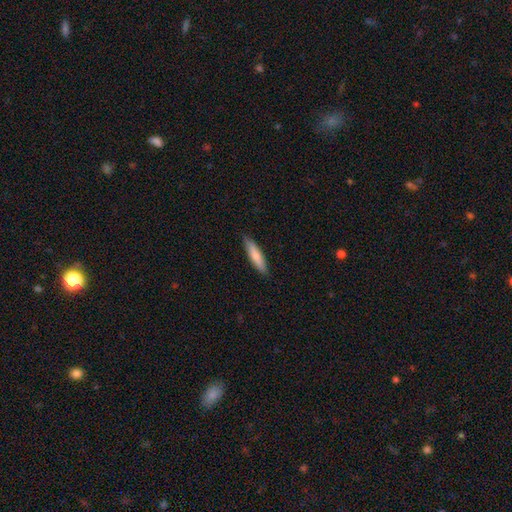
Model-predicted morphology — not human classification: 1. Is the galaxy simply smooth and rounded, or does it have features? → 75% smooth, 20% featured or disk, 5% star or artifact.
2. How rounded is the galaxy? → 78% cigar-shaped, 21% in between, 1% round.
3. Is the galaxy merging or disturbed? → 87% none, 10% minor disturbance, 2% major disturbance, 1% merger.